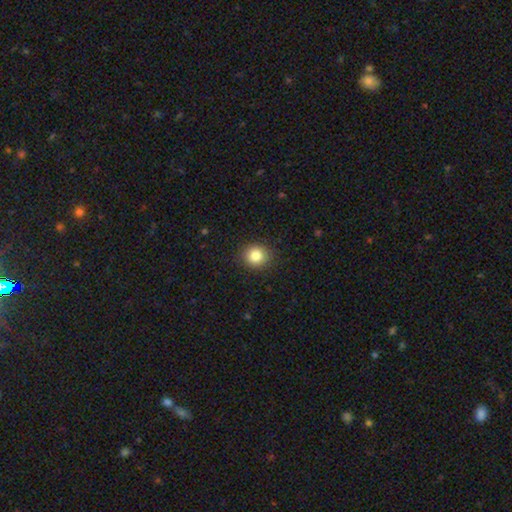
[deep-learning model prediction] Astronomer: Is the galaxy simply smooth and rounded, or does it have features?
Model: smooth — 84%.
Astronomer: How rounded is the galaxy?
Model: round — 84%.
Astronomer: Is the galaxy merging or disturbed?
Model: none — 90%.